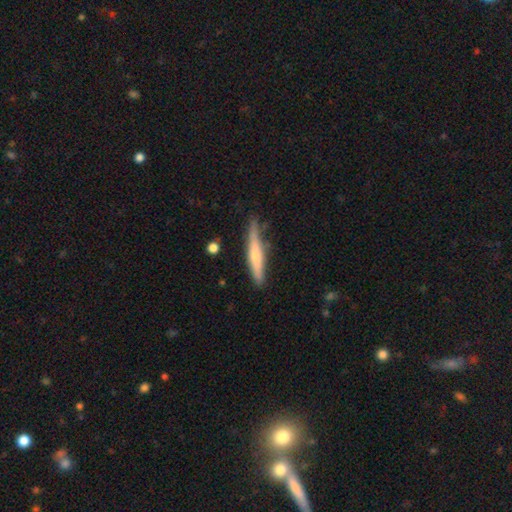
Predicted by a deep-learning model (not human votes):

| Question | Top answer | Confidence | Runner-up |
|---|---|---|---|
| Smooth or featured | smooth | 53% | featured or disk (41%) |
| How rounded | cigar-shaped | 92% | in between (6%) |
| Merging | none | 73% | minor disturbance (20%) |